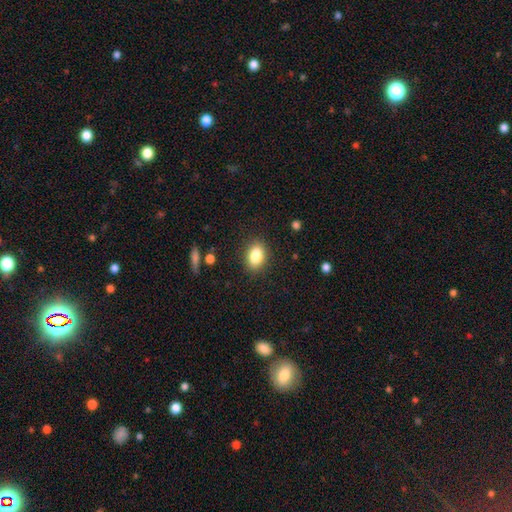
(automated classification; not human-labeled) The model was most divided on "how rounded": in between: 78%, round: 21%, cigar-shaped: 2%. More confident: merging — none (87%); smooth or featured — smooth (83%).